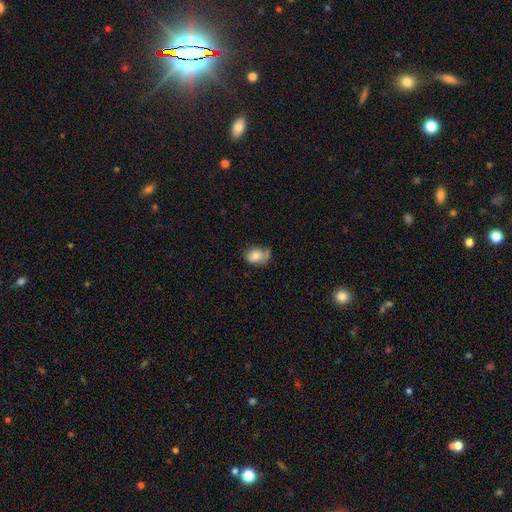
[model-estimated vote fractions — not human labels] This appears to be a smooth galaxy with no disk features (76%) that is in between round and cigar-shaped (71%). Merging: none (41%).